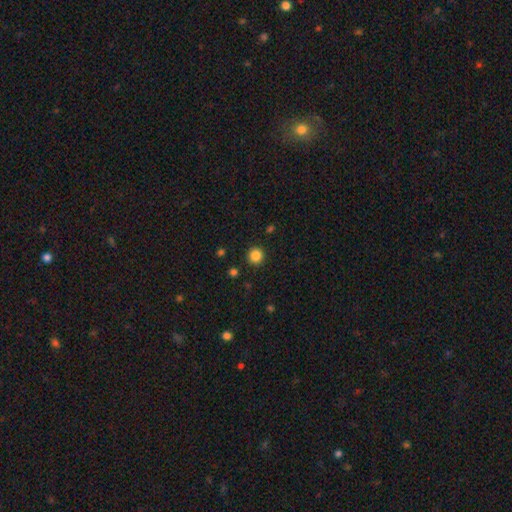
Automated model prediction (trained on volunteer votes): The model was most divided on "smooth or featured": smooth: 85%, star or artifact: 11%, featured or disk: 4%. More confident: how rounded — round (94%); merging — none (91%).